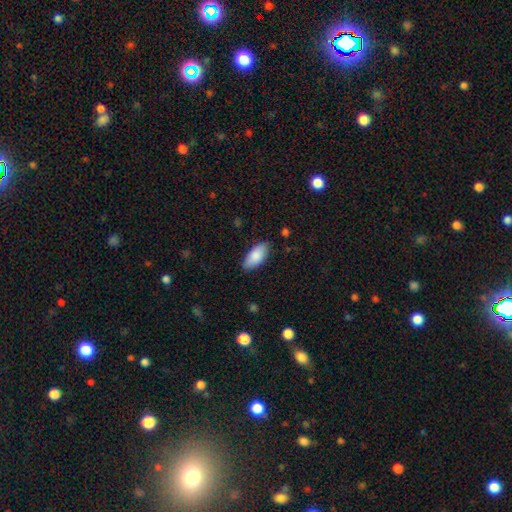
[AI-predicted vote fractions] smooth-or-featured: smooth: 85% | featured or disk: 9% | star or artifact: 6%
  how-rounded: in between: 91% | cigar-shaped: 7% | round: 2%
  merging: none: 84% | minor disturbance: 13% | major disturbance: 2% | merger: 1%